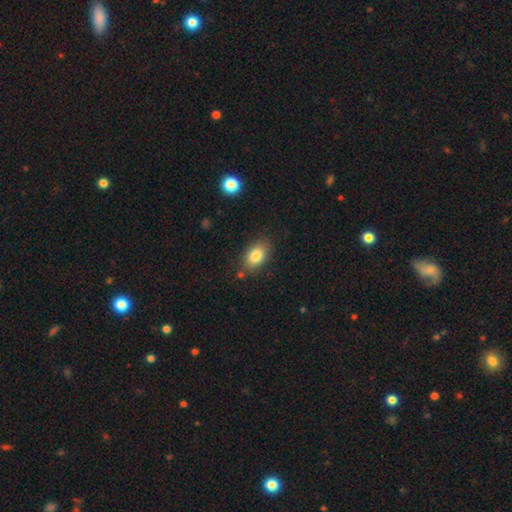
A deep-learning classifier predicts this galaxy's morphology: type=smooth (83%); roundness=in between (88%); merging=none (80%).